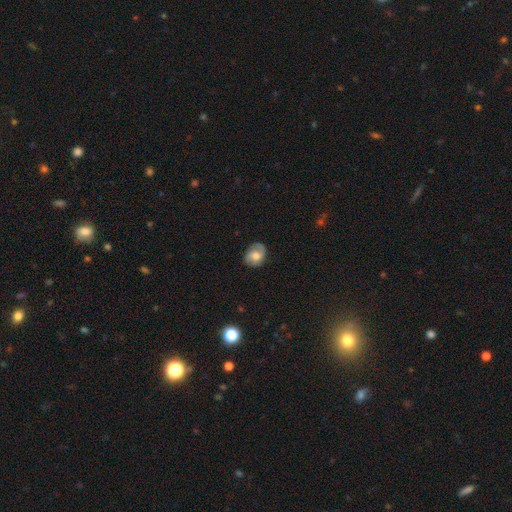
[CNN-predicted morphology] This appears to be a featured or disk galaxy (61%) with no bar (64%), 2 (71%) medium (44%) spiral arms (90%) and a moderate central bulge (60%). Merging: none (75%).